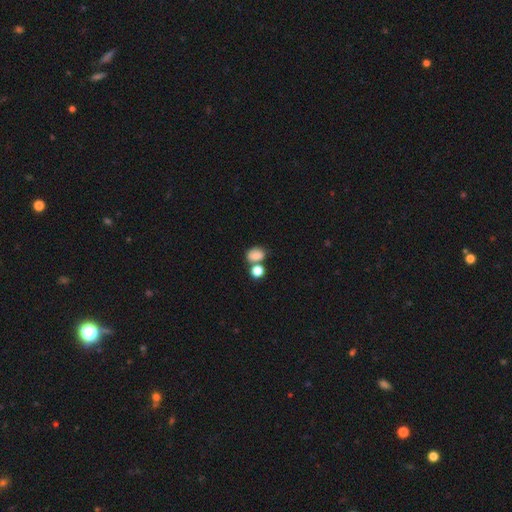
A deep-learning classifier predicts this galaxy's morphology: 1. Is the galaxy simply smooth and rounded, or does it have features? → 81% smooth, 11% star or artifact, 8% featured or disk.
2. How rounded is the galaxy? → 64% in between, 34% round, 1% cigar-shaped.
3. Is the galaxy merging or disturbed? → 47% none, 35% merger, 13% minor disturbance, 5% major disturbance.